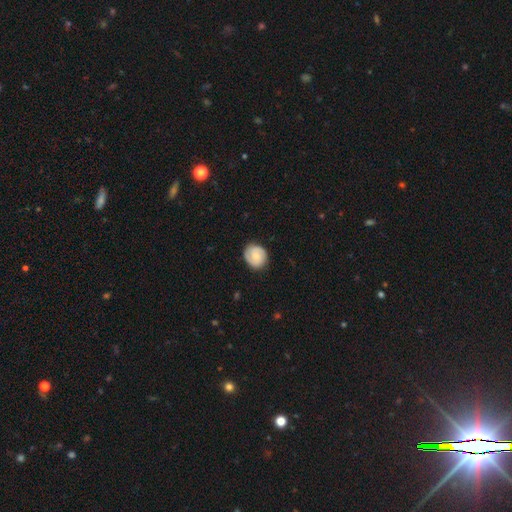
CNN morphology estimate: Smooth or featured?
  - featured or disk: 48% *
  - smooth: 46%
  - star or artifact: 6%
Merging?
  - none: 83% *
  - minor disturbance: 13%
  - major disturbance: 3%
  - merger: 1%